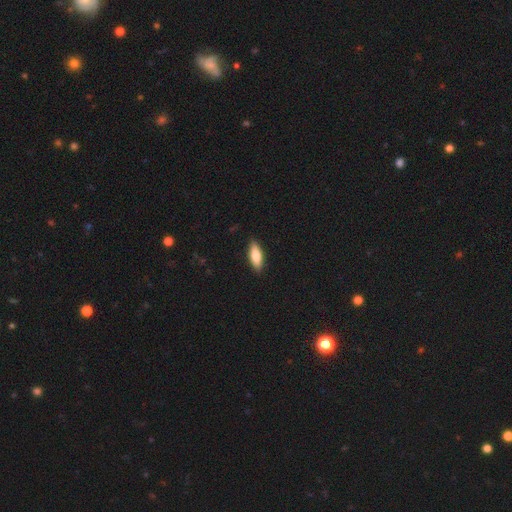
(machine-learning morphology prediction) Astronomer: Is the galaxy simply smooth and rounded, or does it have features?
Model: smooth — 76%.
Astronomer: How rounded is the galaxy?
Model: in between — 65%.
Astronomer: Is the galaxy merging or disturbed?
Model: none — 88%.